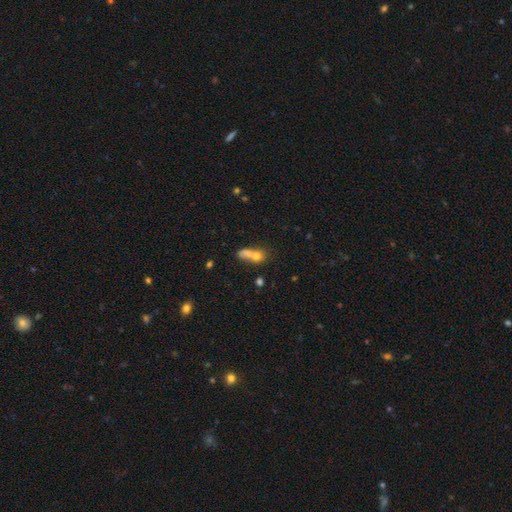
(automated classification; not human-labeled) smooth-or-featured: smooth: 69% | featured or disk: 19% | star or artifact: 12%
  how-rounded: in between: 47% | round: 40% | cigar-shaped: 13%
  merging: merger: 61% | none: 23% | minor disturbance: 9% | major disturbance: 8%